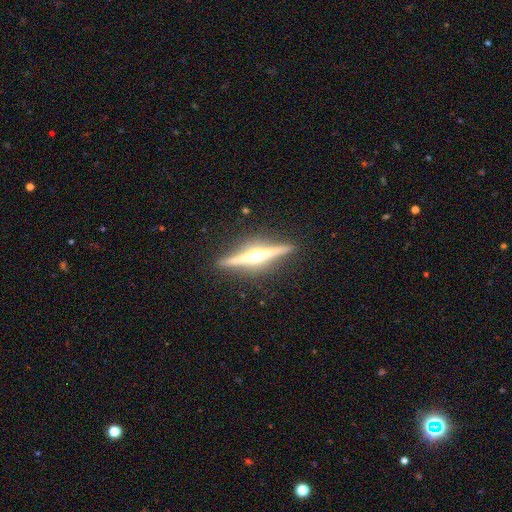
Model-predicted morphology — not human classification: This is clearly a featured or disk galaxy (83%). It is clearly viewed edge-on (98%). Edge-on bulge: clearly rounded (94%). Merging: clearly none (91%).